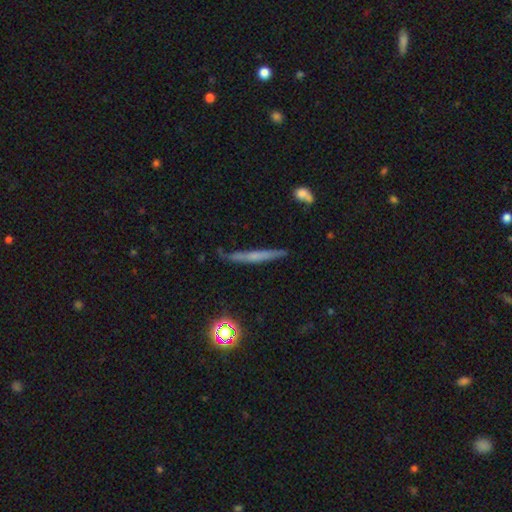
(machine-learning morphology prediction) Smooth or featured?
  - featured or disk: 44% *
  - smooth: 43%
  - star or artifact: 12%
Merging?
  - none: 77% *
  - minor disturbance: 17%
  - major disturbance: 4%
  - merger: 3%